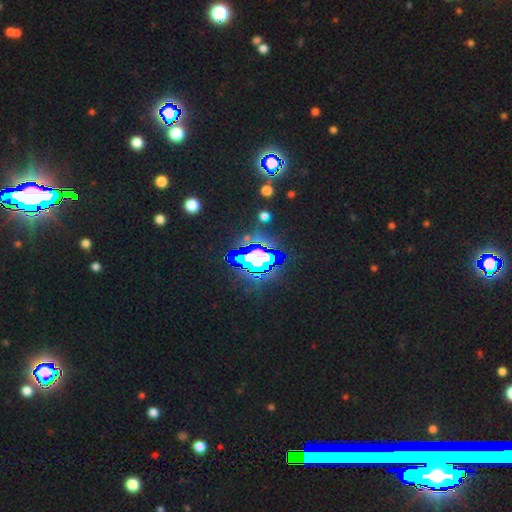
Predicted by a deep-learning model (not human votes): Smooth or featured? Predicted: star or artifact (p=0.78).